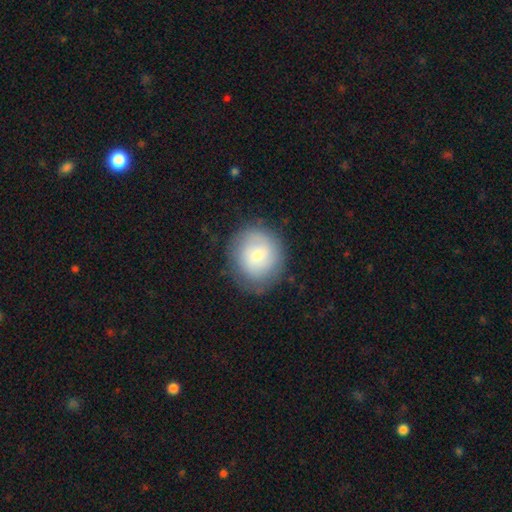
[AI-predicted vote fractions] This is likely a smooth galaxy (62%). How rounded: clearly round (84%). Merging: likely none (79%).